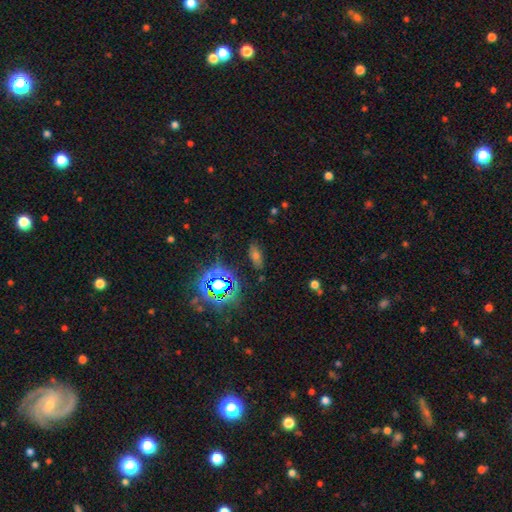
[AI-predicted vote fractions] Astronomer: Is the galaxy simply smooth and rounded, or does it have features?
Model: smooth — 45% (runner-up: star or artifact, 40%).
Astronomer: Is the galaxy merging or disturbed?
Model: none — 83%.